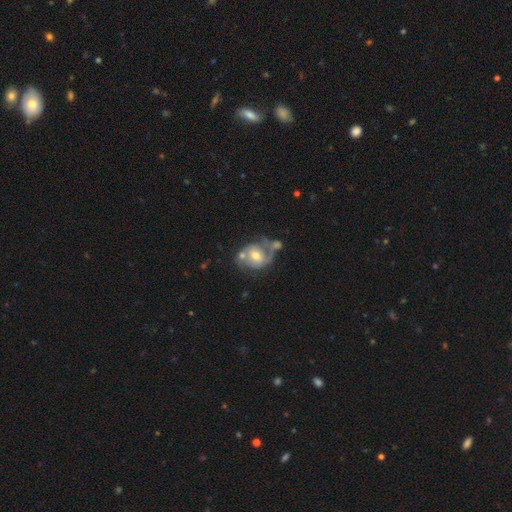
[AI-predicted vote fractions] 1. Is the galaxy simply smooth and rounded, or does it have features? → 70% featured or disk, 23% smooth, 7% star or artifact.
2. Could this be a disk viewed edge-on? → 97% no, 3% yes.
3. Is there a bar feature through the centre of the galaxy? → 48% no, 38% weak, 14% strong.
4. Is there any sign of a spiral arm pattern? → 75% yes, 25% no.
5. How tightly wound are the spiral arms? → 41% medium, 39% tight, 20% loose.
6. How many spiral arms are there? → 68% 2, 18% can't tell, 8% 1, 3% 3, 1% 4, 1% more than 4.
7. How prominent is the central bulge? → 68% moderate, 25% small, 5% large, 1% none, 1% dominant.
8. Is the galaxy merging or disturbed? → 41% none, 25% merger, 20% minor disturbance, 14% major disturbance.